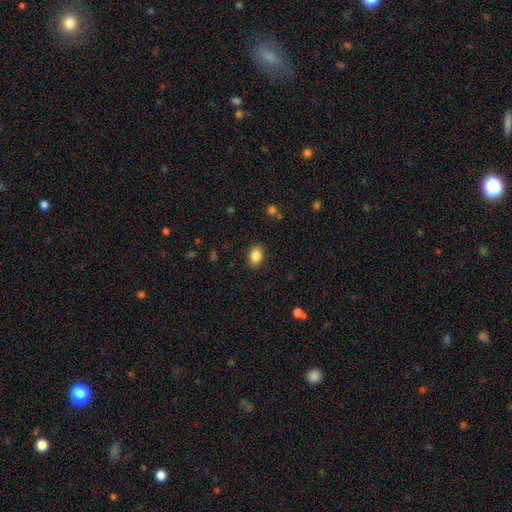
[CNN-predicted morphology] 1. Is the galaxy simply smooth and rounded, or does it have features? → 87% smooth, 9% star or artifact, 5% featured or disk.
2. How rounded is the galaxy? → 72% in between, 27% round, 1% cigar-shaped.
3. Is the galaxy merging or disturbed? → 87% none, 9% minor disturbance, 3% major disturbance, 1% merger.